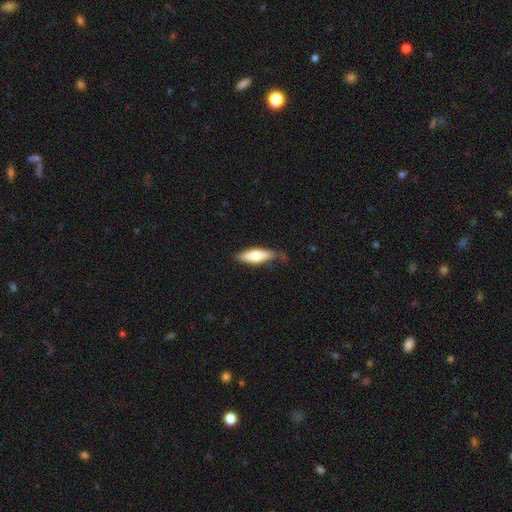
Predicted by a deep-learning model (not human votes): Smooth or featured? Predicted: smooth (p=0.66). How rounded? Predicted: cigar-shaped (p=0.50). Merging? Predicted: none (p=0.61).